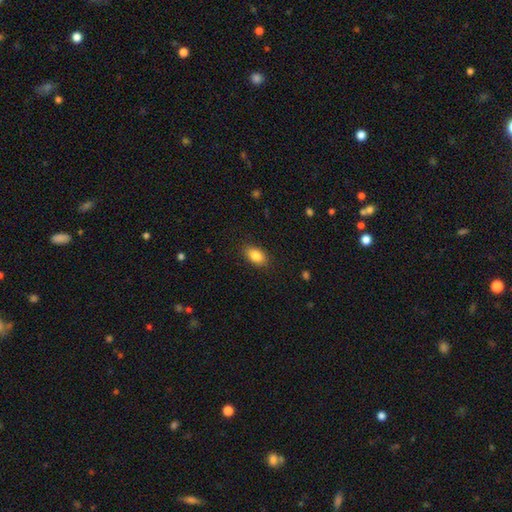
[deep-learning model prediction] Smooth or featured?
  - smooth: 86% *
  - star or artifact: 8%
  - featured or disk: 7%
How rounded?
  - in between: 88% *
  - round: 9%
  - cigar-shaped: 2%
Merging?
  - none: 86% *
  - minor disturbance: 10%
  - major disturbance: 3%
  - merger: 1%